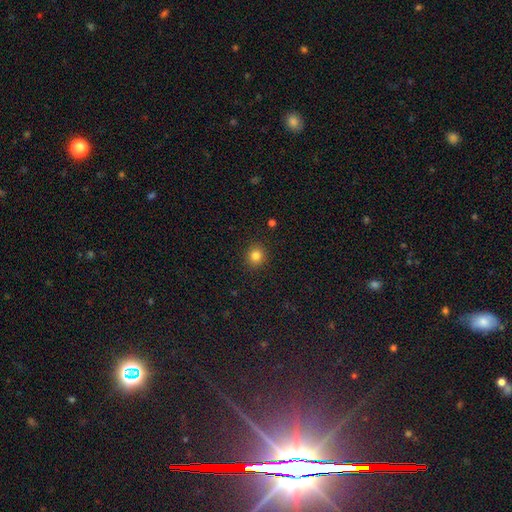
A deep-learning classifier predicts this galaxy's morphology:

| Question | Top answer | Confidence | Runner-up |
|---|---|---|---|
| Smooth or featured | smooth | 83% | star or artifact (12%) |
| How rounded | round | 86% | in between (13%) |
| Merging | none | 91% | minor disturbance (6%) |